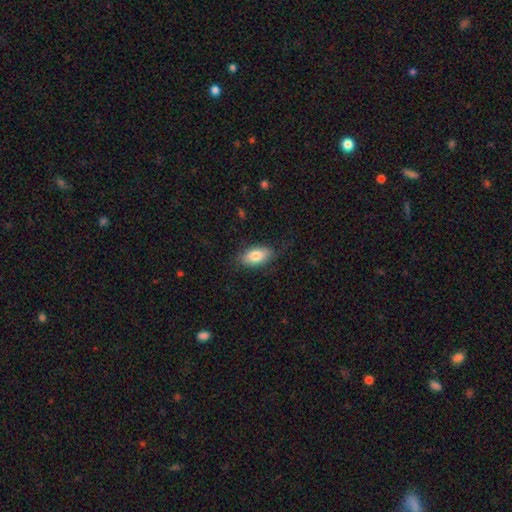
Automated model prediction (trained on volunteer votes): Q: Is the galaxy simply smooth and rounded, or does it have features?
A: smooth — 80%.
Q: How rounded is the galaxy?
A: in between — 91%.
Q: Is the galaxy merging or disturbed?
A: none — 77%.